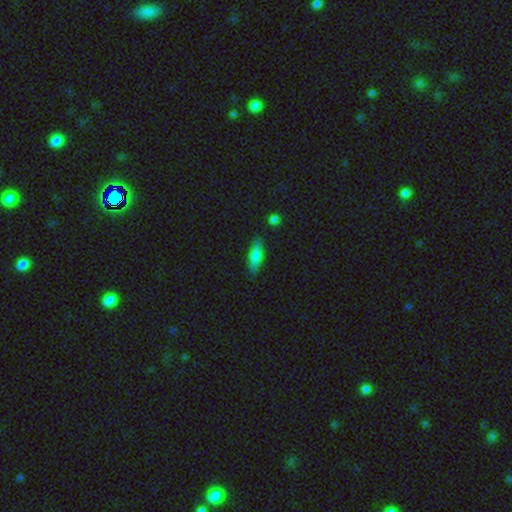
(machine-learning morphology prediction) Smooth or featured: smooth — 69% (featured or disk — 23%)
How rounded: cigar-shaped — 49% (tied with in between — 49%)
Merging: none — 84% (minor disturbance — 11%)